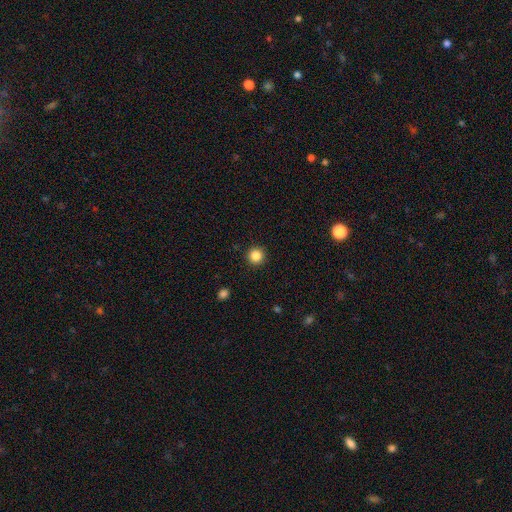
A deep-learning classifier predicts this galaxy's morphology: Q: Smooth or featured?
A: smooth (85%); runner-up: star or artifact (11%)
Q: How rounded?
A: round (95%); runner-up: in between (4%)
Q: Merging?
A: none (93%); runner-up: minor disturbance (5%)